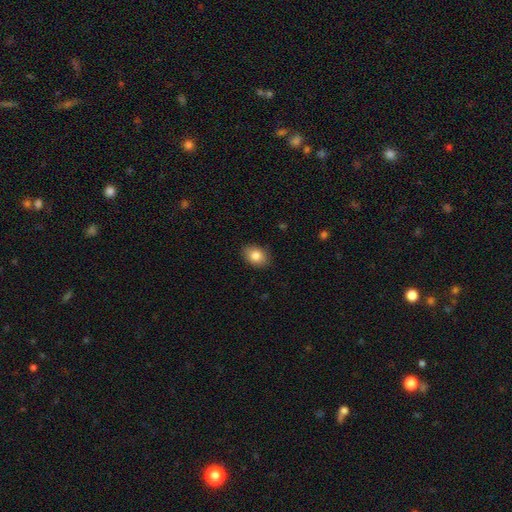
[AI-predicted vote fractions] Smooth or featured? Predicted: smooth (p=0.84). How rounded? Predicted: in between (p=0.74). Merging? Predicted: none (p=0.88).